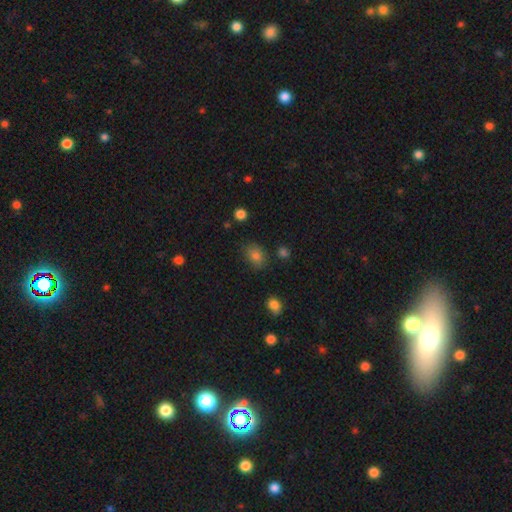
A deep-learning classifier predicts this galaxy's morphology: A smooth galaxy with no disk features (82%) that is in between round and cigar-shaped (66%). Merging: none (75%).